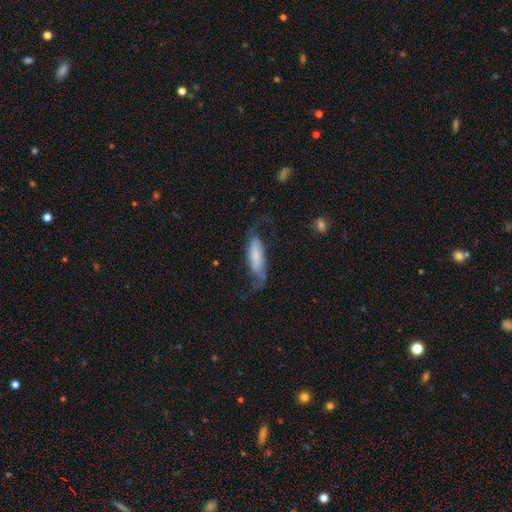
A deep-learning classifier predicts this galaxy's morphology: A featured or disk galaxy (62%) with no bar (46%), spiral arms (90%) and a small central bulge (32%). Merging: none (54%).